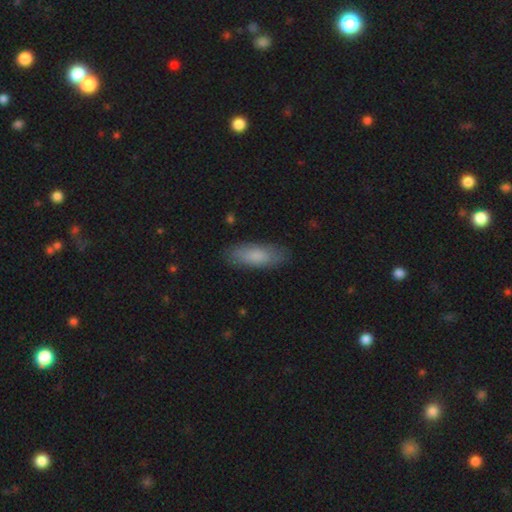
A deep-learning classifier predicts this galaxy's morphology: This is clearly a smooth galaxy (81%). How rounded: likely in between (69%). Merging: clearly none (84%).